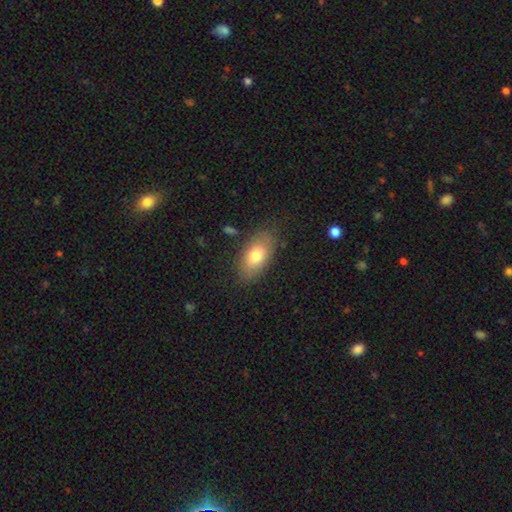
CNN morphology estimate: type=smooth (75%); roundness=in between (91%); merging=none (80%).